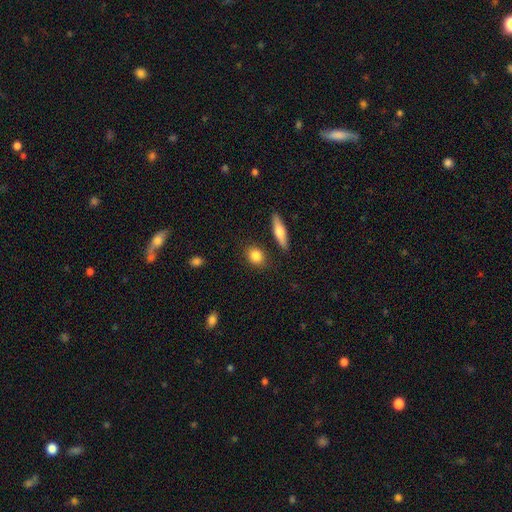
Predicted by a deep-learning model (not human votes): Overall: smooth (83%). How rounded: round (49%; in between 45%). Merging: none (83%).